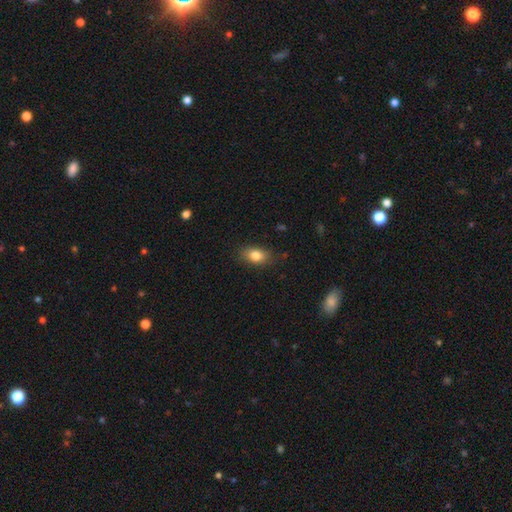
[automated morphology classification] smooth 82%, star or artifact 9%, featured or disk 9%. Down the decision tree: how rounded — in between (81%); merging — none (83%).